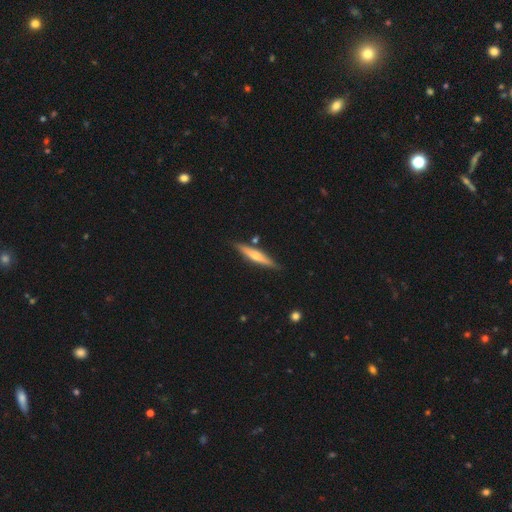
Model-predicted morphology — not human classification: Q: Smooth or featured?
A: featured or disk (57%); runner-up: smooth (38%)
Q: Edge-on disk?
A: yes (95%); runner-up: no (5%)
Q: Edge-on bulge?
A: rounded (83%); runner-up: none (12%)
Q: Merging?
A: none (84%); runner-up: minor disturbance (10%)